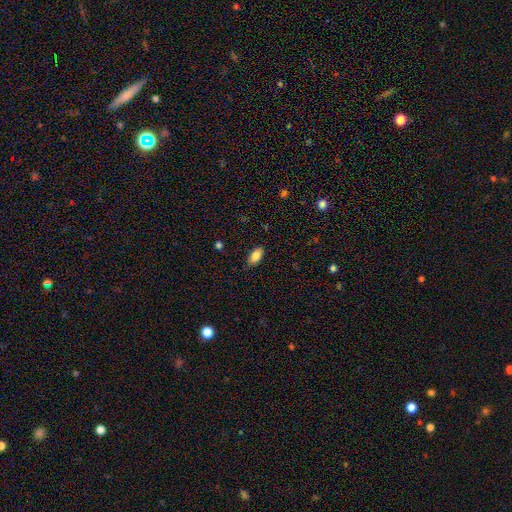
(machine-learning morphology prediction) Smooth or featured?
  - smooth: 85% *
  - star or artifact: 8%
  - featured or disk: 7%
How rounded?
  - in between: 92% *
  - cigar-shaped: 4%
  - round: 4%
Merging?
  - none: 83% *
  - minor disturbance: 13%
  - major disturbance: 2%
  - merger: 1%